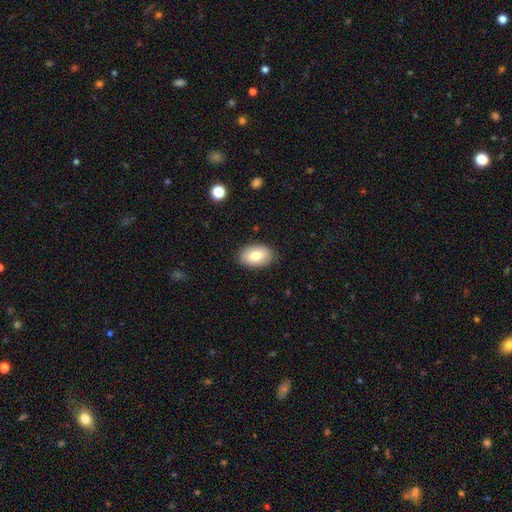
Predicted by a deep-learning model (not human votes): This appears to be a smooth galaxy with no disk features (79%) that is in between round and cigar-shaped (91%). Merging: none (87%).